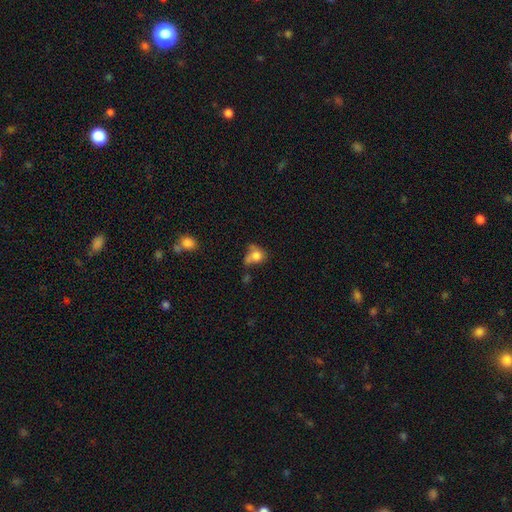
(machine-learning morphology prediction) A smooth galaxy with no disk features (74%) that is round (59%).

Vote fractions:
- Smooth or featured? smooth: 74% / featured or disk: 15% / star or artifact: 11%
- How rounded? round: 59% / in between: 40% / cigar-shaped: 1%
- Merging? none: 32% / merger: 24% / minor disturbance: 23% / major disturbance: 21%